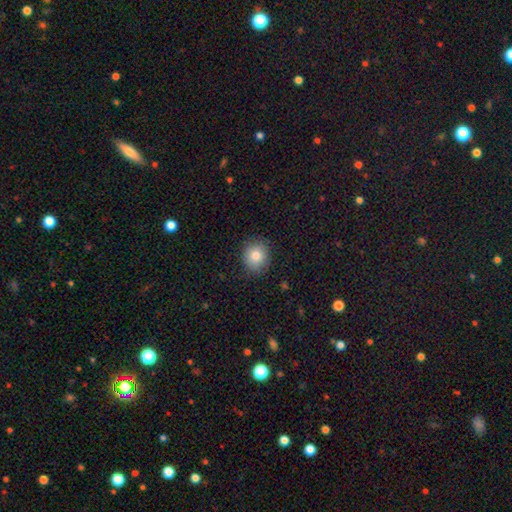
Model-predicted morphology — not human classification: The model was most divided on "how rounded": round: 80%, in between: 19%, cigar-shaped: 1%. More confident: merging — none (84%); smooth or featured — smooth (81%).